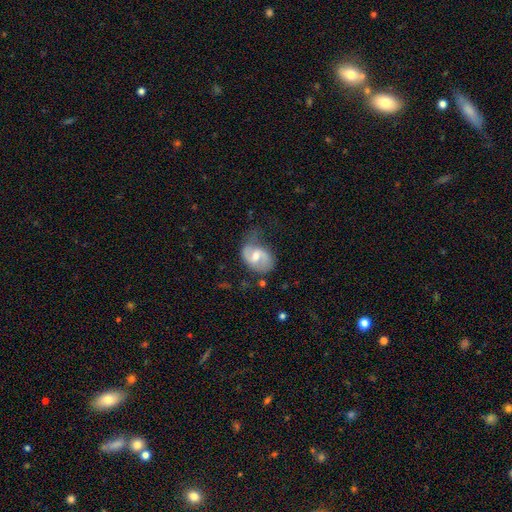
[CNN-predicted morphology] Smooth or featured?
  - featured or disk: 74% *
  - smooth: 20%
  - star or artifact: 6%
Edge-on disk?
  - no: 97% *
  - yes: 3%
Bar?
  - weak: 56% *
  - no: 26%
  - strong: 18%
Spiral arms?
  - yes: 89% *
  - no: 11%
Spiral winding?
  - medium: 45% *
  - loose: 41%
  - tight: 14%
Spiral arm count?
  - 2: 84% *
  - 1: 7%
  - can't tell: 6%
  - 3: 1%
  - 4: 1%
  - more than 4: 1%
Bulge size?
  - moderate: 65% *
  - small: 26%
  - large: 5%
  - none: 2%
  - dominant: 1%
Merging?
  - none: 50% *
  - minor disturbance: 30%
  - major disturbance: 17%
  - merger: 3%